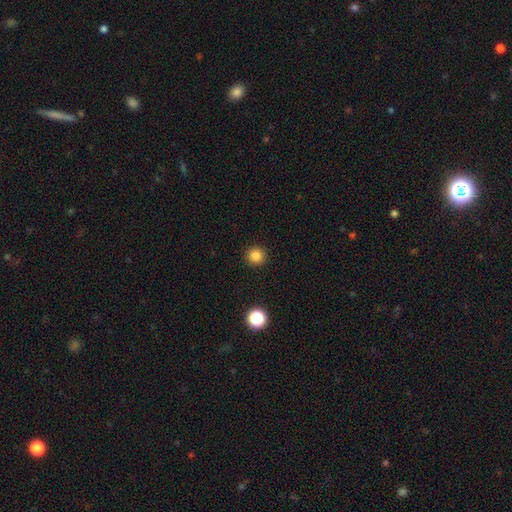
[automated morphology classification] smooth_or_featured: smooth (p=0.84) [alt: star or artifact p=0.12]
how_rounded: round (p=0.96) [alt: in between p=0.04]
merging: none (p=0.93) [alt: minor disturbance p=0.04]